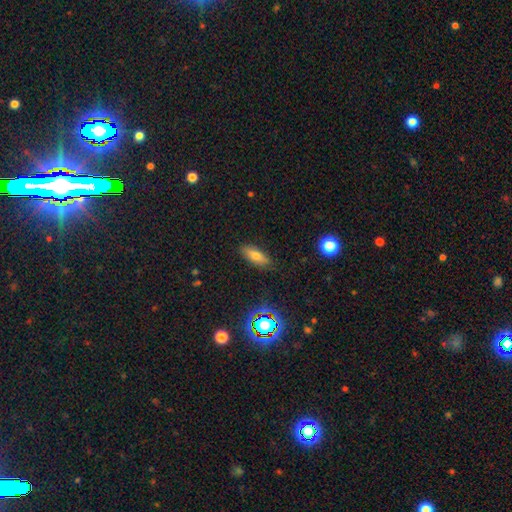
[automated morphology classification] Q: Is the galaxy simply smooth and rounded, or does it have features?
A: smooth — 72%.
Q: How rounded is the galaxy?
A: in between — 71%.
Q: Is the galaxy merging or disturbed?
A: none — 85%.